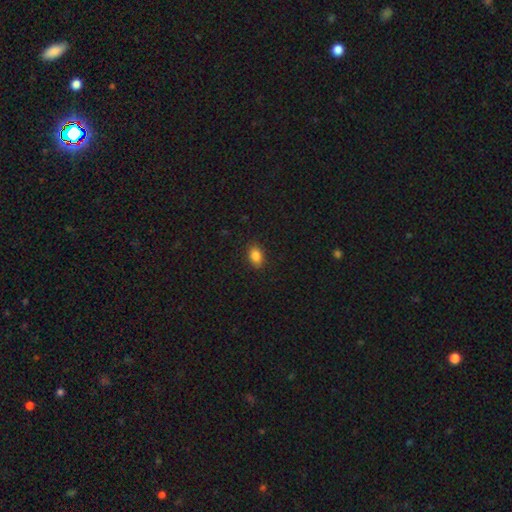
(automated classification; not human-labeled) smooth-or-featured: smooth: 86% | star or artifact: 10% | featured or disk: 4%
  how-rounded: in between: 80% | round: 18% | cigar-shaped: 2%
  merging: none: 88% | minor disturbance: 9% | major disturbance: 2% | merger: 1%